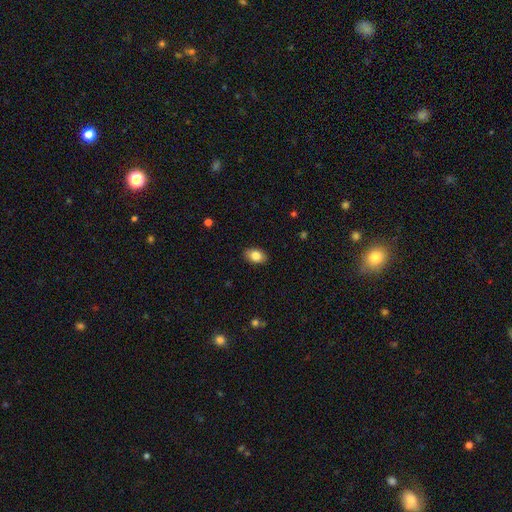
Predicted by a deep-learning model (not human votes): This appears to be a smooth galaxy with no disk features (82%) that is in between round and cigar-shaped (84%). Merging: none (89%).